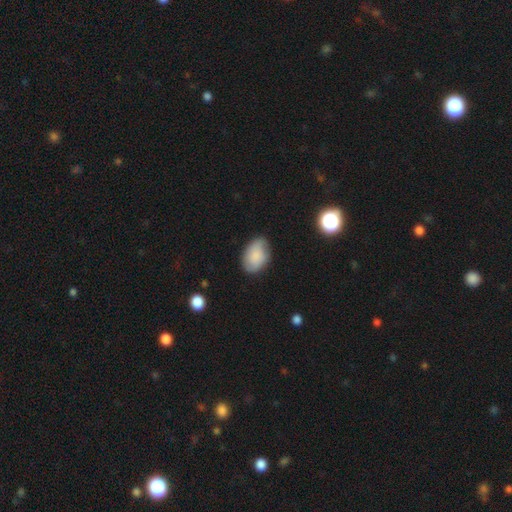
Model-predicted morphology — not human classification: This is likely a smooth galaxy (72%). How rounded: clearly in between (88%). Merging: likely none (74%).